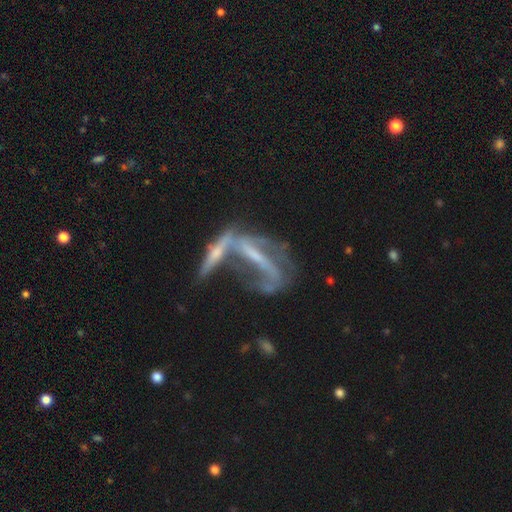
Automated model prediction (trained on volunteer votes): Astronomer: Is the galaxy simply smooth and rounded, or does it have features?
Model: featured or disk — 76%.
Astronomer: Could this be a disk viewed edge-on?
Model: no — 68%.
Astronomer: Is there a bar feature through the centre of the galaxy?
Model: strong — 43% (runner-up: no, 31%).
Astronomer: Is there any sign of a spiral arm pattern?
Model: yes — 57% (runner-up: no, 43%).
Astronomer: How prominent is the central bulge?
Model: small — 41% (runner-up: none, 35%).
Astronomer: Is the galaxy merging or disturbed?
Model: merger — 53%.